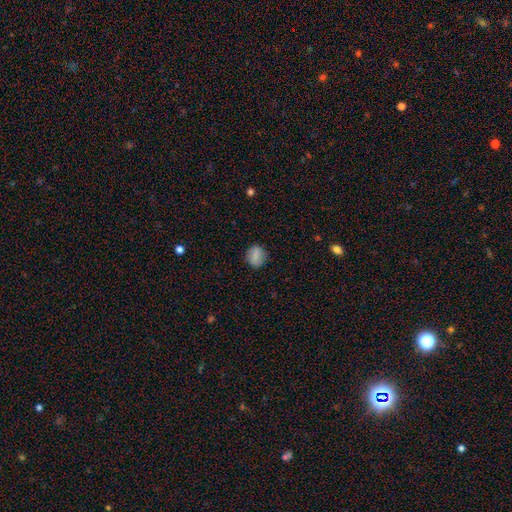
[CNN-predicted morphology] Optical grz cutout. It shows a smooth galaxy with no disk features (75%) that is round (72%). Merging: none (86%).